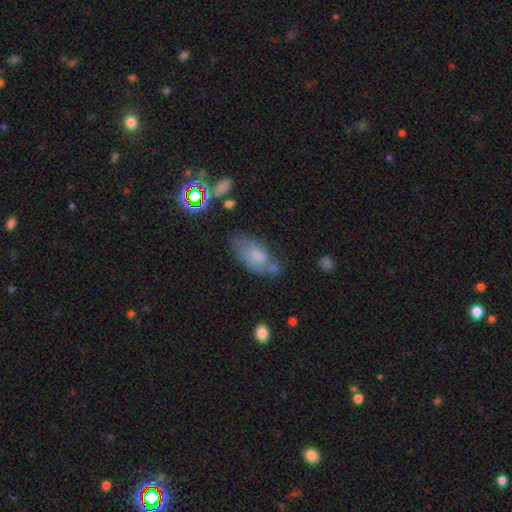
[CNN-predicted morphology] This appears to be a smooth galaxy with no disk features (64%) that is in between round and cigar-shaped (91%). Merging: none (41%).